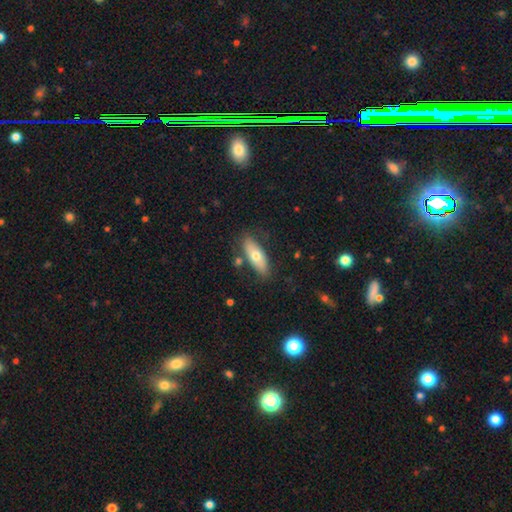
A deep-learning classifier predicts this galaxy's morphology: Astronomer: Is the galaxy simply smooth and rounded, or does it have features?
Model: smooth — 64%.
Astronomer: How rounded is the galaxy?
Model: in between — 74%.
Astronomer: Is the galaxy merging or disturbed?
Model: none — 77%.